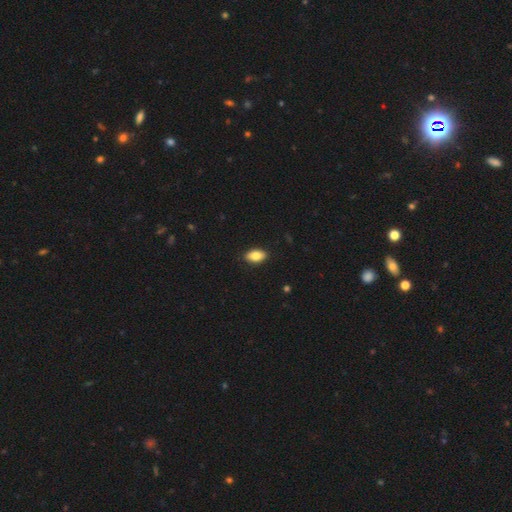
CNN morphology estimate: Smooth or featured?
  - smooth: 83% *
  - featured or disk: 9%
  - star or artifact: 7%
How rounded?
  - in between: 92% *
  - round: 6%
  - cigar-shaped: 3%
Merging?
  - none: 89% *
  - minor disturbance: 8%
  - major disturbance: 2%
  - merger: 1%